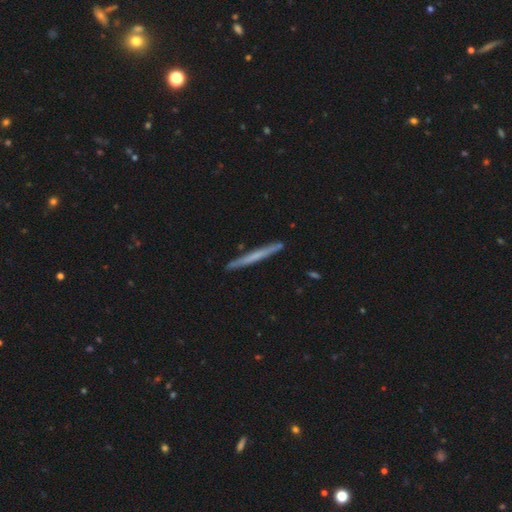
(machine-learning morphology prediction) This is possibly a featured or disk galaxy (48%). Merging: clearly none (91%).